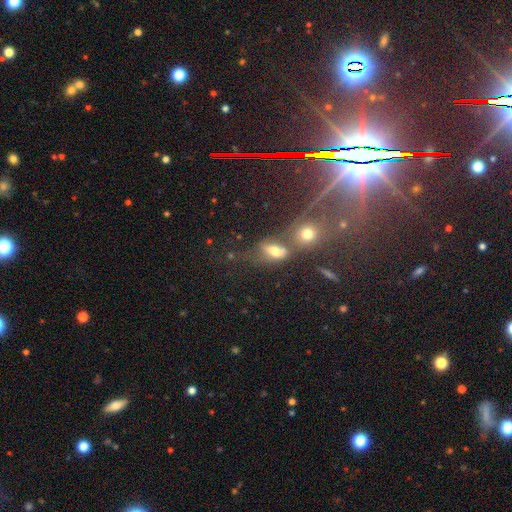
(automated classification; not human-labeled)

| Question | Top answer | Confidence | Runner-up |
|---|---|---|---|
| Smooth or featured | star or artifact | 63% | smooth (21%) |